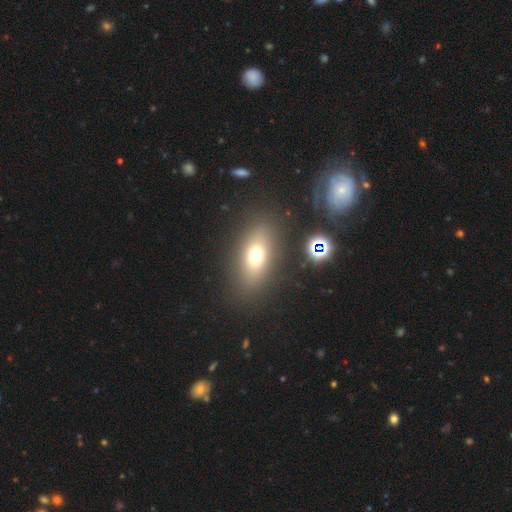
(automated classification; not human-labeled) This is likely a smooth galaxy (68%). How rounded: likely in between (78%). Merging: clearly none (84%).